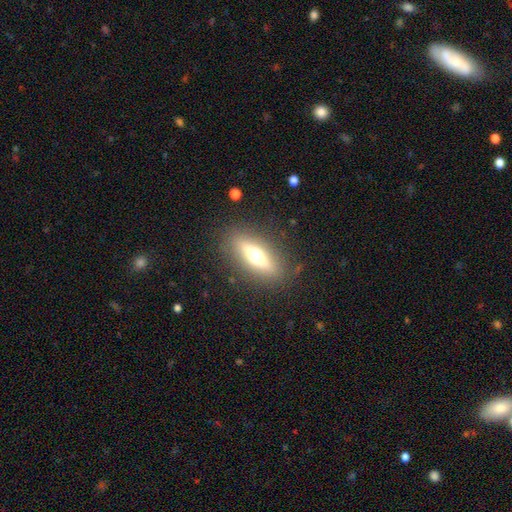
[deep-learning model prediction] A featured or disk galaxy (49%).

Vote fractions:
- Smooth or featured? featured or disk: 49% / smooth: 42% / star or artifact: 9%
- Merging? none: 85% / minor disturbance: 9% / major disturbance: 4% / merger: 1%